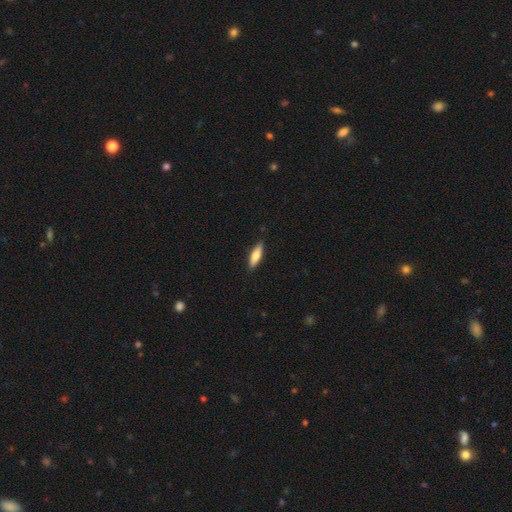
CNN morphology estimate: Smooth or featured: smooth — 71% (featured or disk — 23%)
How rounded: cigar-shaped — 61% (in between — 38%)
Merging: none — 87% (minor disturbance — 10%)